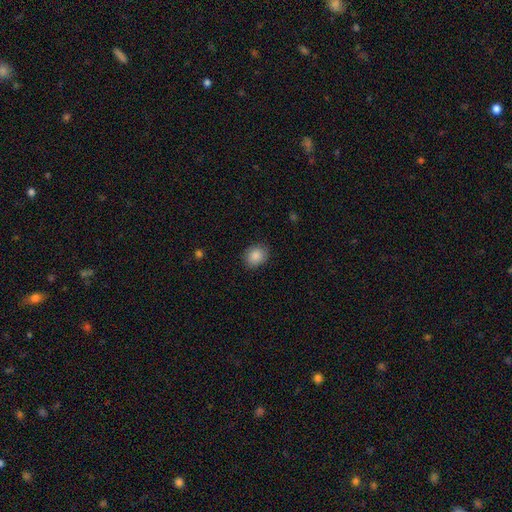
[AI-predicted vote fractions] smooth 88%, star or artifact 8%, featured or disk 4%. Down the decision tree: how rounded — round (58%); merging — none (87%).